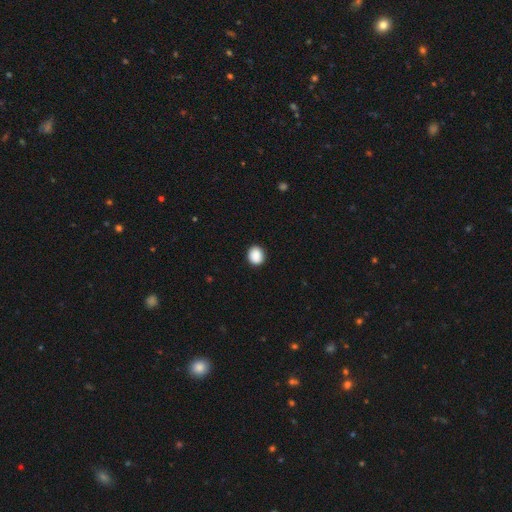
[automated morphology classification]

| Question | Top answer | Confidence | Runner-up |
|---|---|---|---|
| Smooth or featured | smooth | 89% | star or artifact (8%) |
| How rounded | round | 77% | in between (22%) |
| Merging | none | 90% | minor disturbance (7%) |